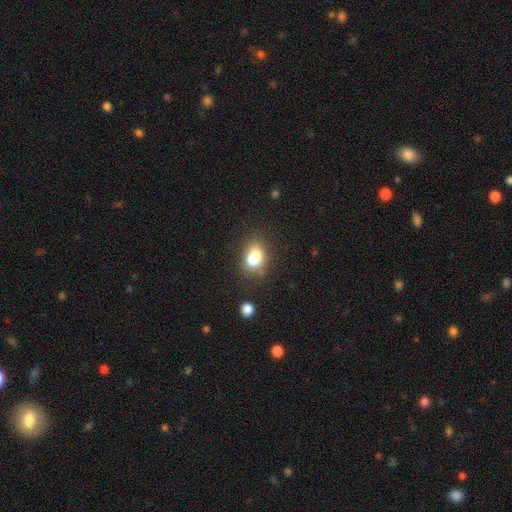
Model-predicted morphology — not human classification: smooth 72%, featured or disk 17%, star or artifact 11%. Down the decision tree: how rounded — in between (59%); merging — none (43%).